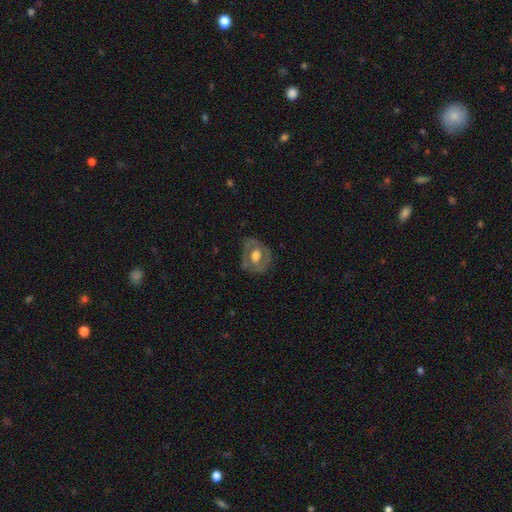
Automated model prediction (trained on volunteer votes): This is possibly a featured or disk galaxy (56%). It is clearly not viewed edge-on (94%). Bar: likely no (63%). Spiral arm pattern: likely no (75%). Central bulge: possibly moderate (53%). Merging: likely none (72%).